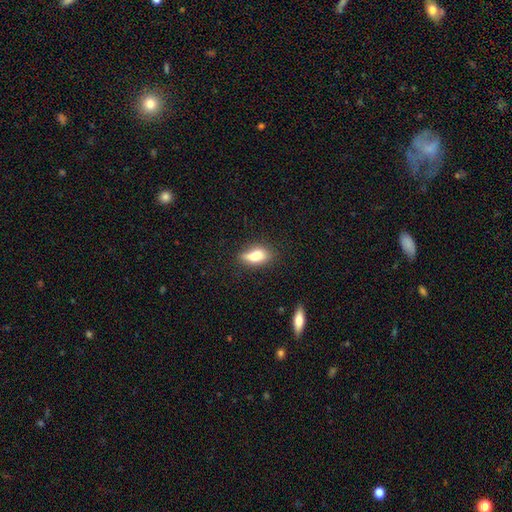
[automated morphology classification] Smooth or featured? smooth (75%)
How rounded? in between (80%)
Merging? none (49%)